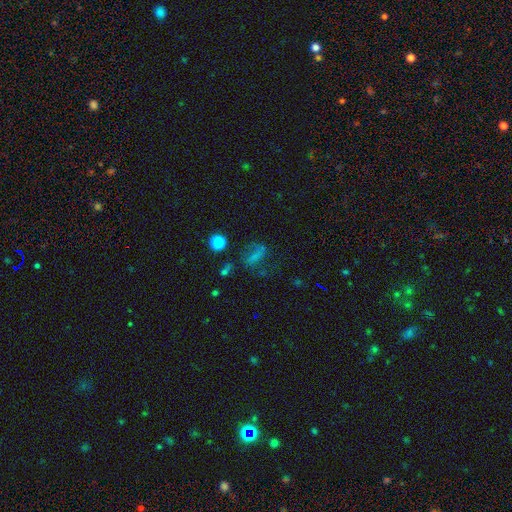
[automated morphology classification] Smooth or featured?
  - smooth: 47% *
  - star or artifact: 27%
  - featured or disk: 25%
Merging?
  - none: 48% *
  - major disturbance: 26%
  - minor disturbance: 20%
  - merger: 6%